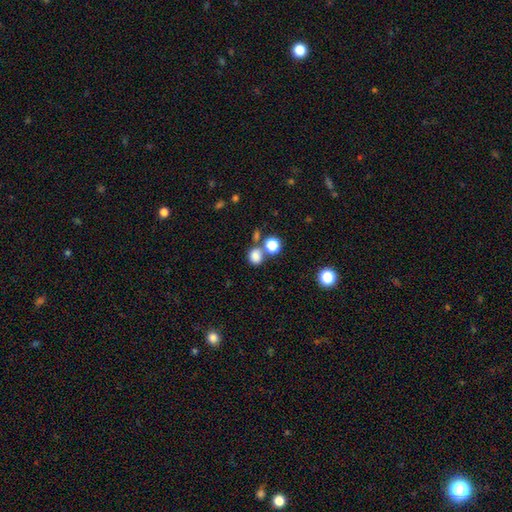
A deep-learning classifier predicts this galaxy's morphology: Overall: smooth (80%). How rounded: round (66%; in between 33%). Merging: none (54%; merger 31%).